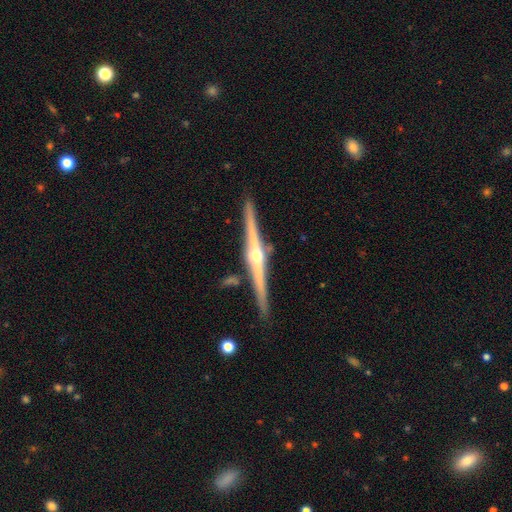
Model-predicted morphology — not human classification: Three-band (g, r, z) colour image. It shows a featured or disk galaxy (87%) viewed edge-on (99%) with a rounded central bulge (95%). Merging: none (88%).